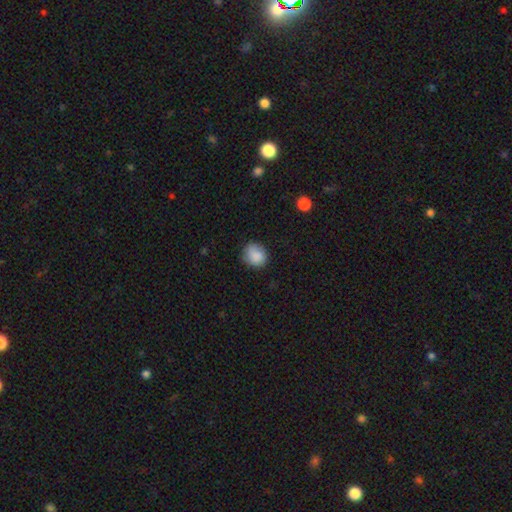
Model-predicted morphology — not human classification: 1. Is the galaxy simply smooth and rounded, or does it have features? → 86% smooth, 8% star or artifact, 6% featured or disk.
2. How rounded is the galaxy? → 73% round, 26% in between, 1% cigar-shaped.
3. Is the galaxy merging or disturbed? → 73% none, 21% minor disturbance, 5% major disturbance, 1% merger.